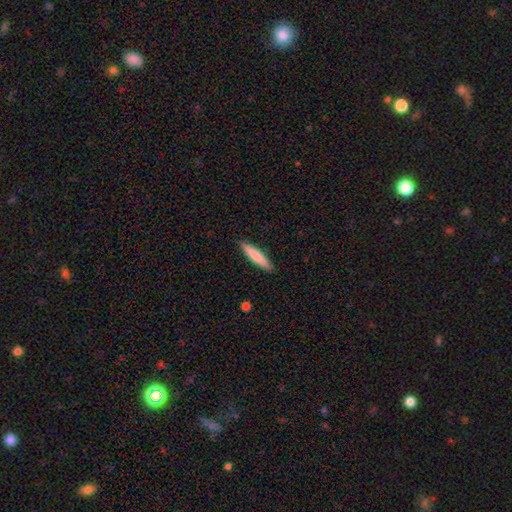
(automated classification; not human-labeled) A smooth galaxy with no disk features (79%) that is cigar-shaped (88%). Merging: none (89%).